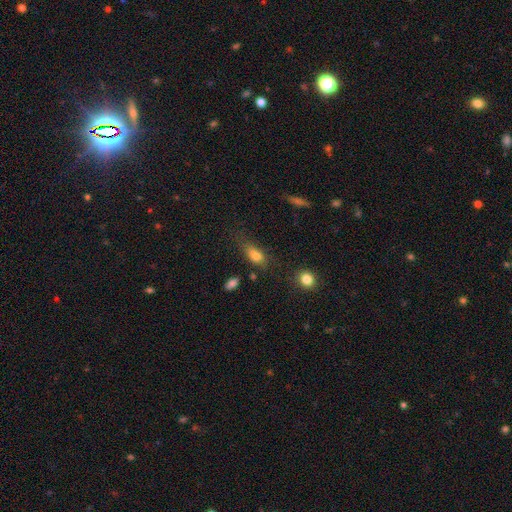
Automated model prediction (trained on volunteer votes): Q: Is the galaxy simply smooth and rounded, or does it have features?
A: smooth — 76%.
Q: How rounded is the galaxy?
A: in between — 77%.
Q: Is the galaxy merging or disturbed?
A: none — 47%.